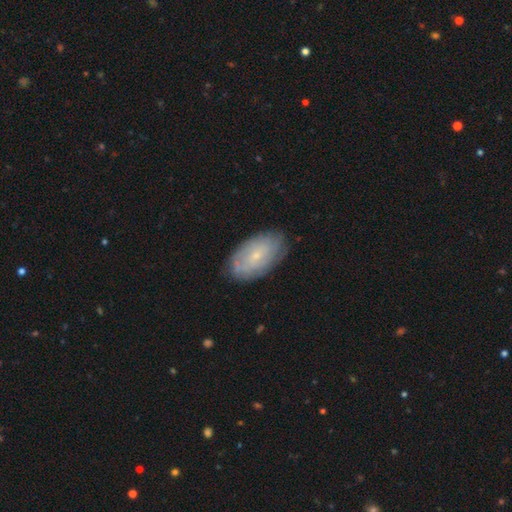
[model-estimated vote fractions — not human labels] Smooth or featured? featured or disk (55%)
Edge-on disk? no (93%)
Bar? no (75%)
Spiral arms? yes (71%)
Bulge size? small (82%)
Merging? none (80%)